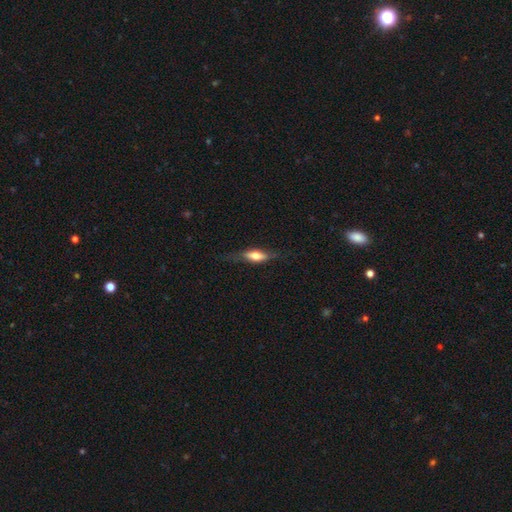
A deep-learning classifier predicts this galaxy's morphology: Overall: smooth (50%; featured or disk 43%). How rounded: in between (50%; cigar-shaped 46%). Merging: none (71%).